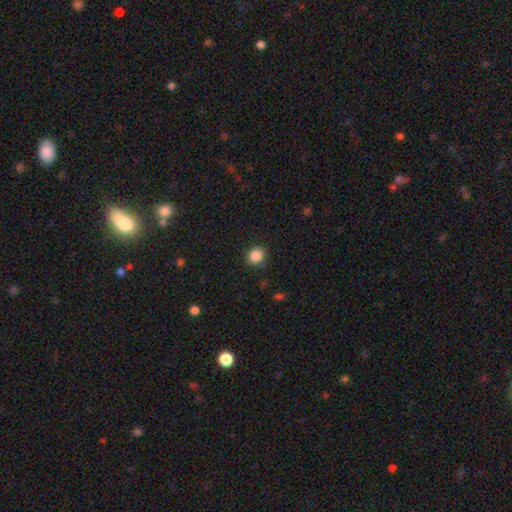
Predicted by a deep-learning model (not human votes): This is clearly a smooth galaxy (87%). How rounded: likely round (74%). Merging: clearly none (84%).